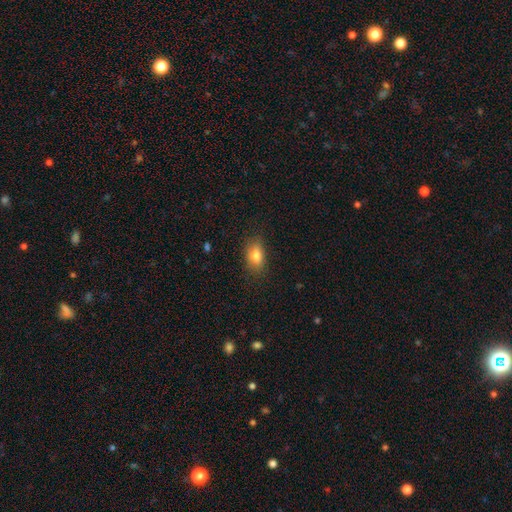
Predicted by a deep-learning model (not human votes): The model was most divided on "merging": none: 80%, minor disturbance: 15%, major disturbance: 4%, merger: 1%. More confident: how rounded — in between (83%); smooth or featured — smooth (80%).